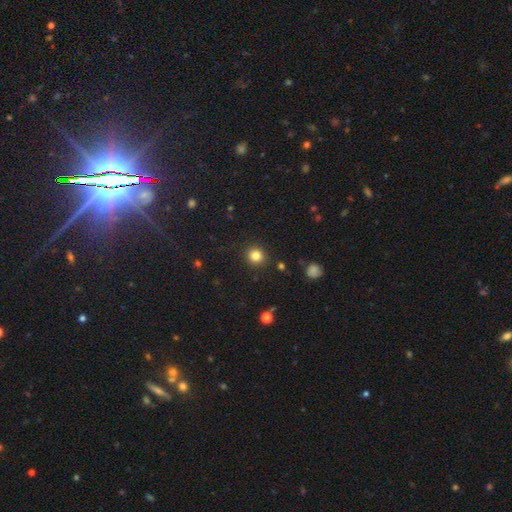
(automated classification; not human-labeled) smooth-or-featured: smooth: 82% | star or artifact: 12% | featured or disk: 5%
  how-rounded: round: 90% | in between: 9% | cigar-shaped: 1%
  merging: none: 90% | minor disturbance: 6% | major disturbance: 2% | merger: 1%